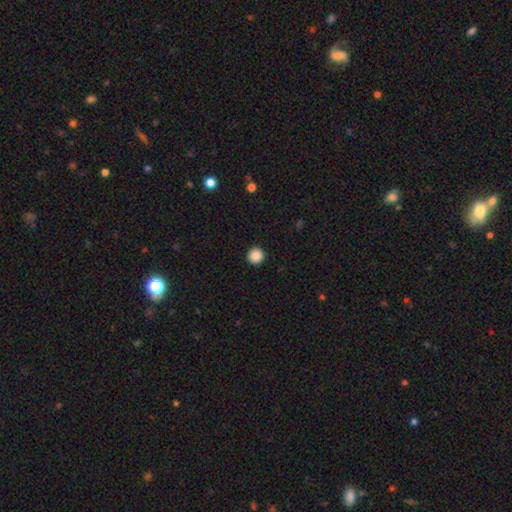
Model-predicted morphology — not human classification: Smooth or featured? smooth (88%)
How rounded? round (96%)
Merging? none (93%)